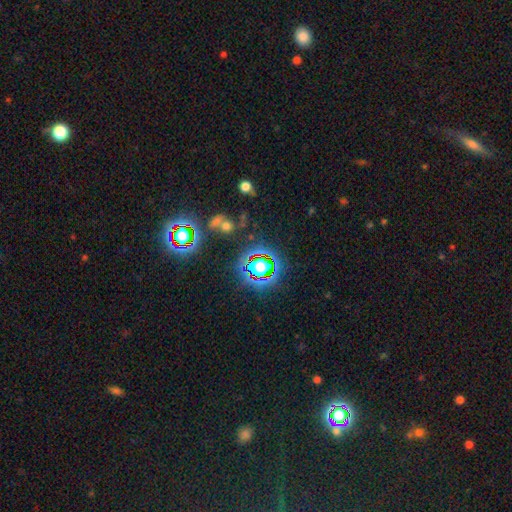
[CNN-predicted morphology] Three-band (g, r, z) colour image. It shows a star or artifact, not a galaxy (79%).